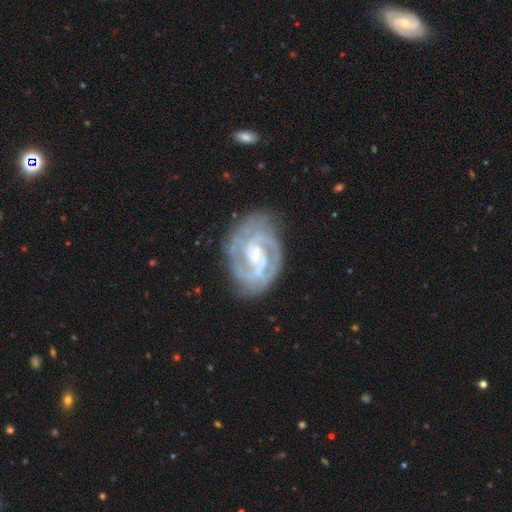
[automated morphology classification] smooth_or_featured: featured or disk (p=0.90) [alt: star or artifact p=0.05]
disk_edge_on: no (p=0.98) [alt: yes p=0.02]
bar: weak (p=0.48) [alt: no p=0.33]
has_spiral_arms: yes (p=0.98) [alt: no p=0.02]
spiral_winding: tight (p=0.61) [alt: medium p=0.35]
spiral_arm_count: 2 (p=0.57) [alt: 3 p=0.19]
bulge_size: small (p=0.63) [alt: moderate p=0.28]
merging: none (p=0.75) [alt: minor disturbance p=0.17]